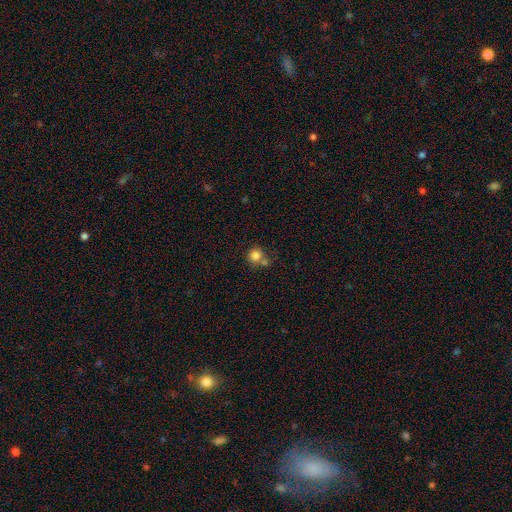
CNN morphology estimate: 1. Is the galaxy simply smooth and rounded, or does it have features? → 82% smooth, 11% star or artifact, 7% featured or disk.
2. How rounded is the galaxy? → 91% round, 8% in between, 1% cigar-shaped.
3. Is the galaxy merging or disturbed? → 58% none, 28% merger, 10% minor disturbance, 4% major disturbance.